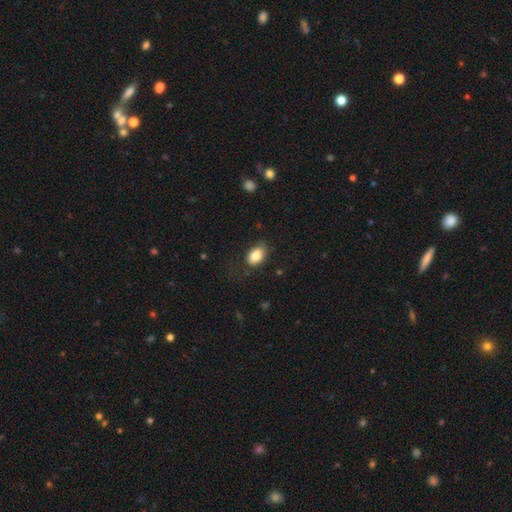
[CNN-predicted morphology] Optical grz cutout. It shows a smooth galaxy with no disk features (84%) that is in between round and cigar-shaped (86%). Merging: none (65%).